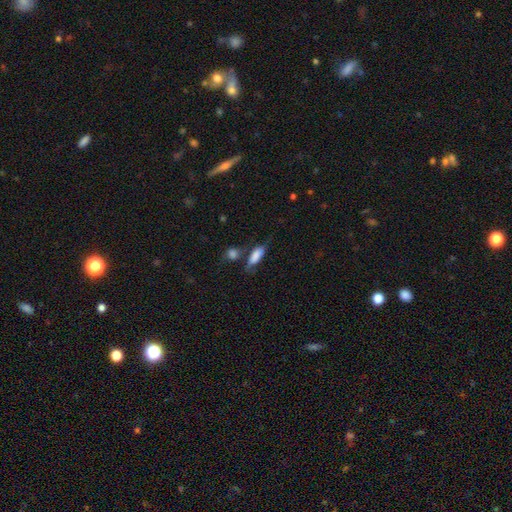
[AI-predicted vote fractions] Q: Smooth or featured?
A: smooth (77%); runner-up: featured or disk (15%)
Q: How rounded?
A: in between (68%); runner-up: cigar-shaped (28%)
Q: Merging?
A: none (43%); runner-up: minor disturbance (24%)